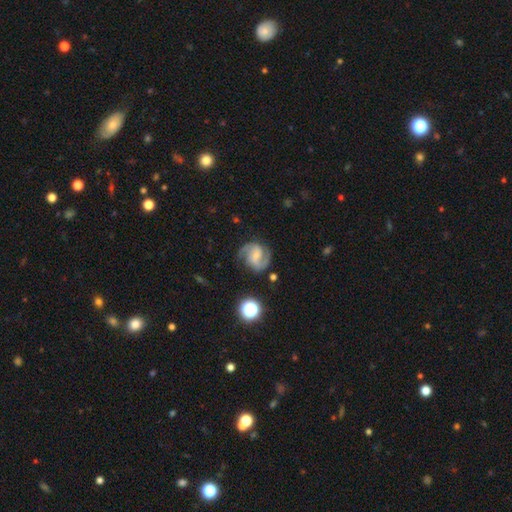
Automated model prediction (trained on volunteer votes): A featured or disk galaxy (86%) with a weak bar (45%), 2 (92%) medium (58%) spiral arms (97%) and a small central bulge (59%).

Vote fractions:
- Smooth or featured? featured or disk: 86% / smooth: 7% / star or artifact: 6%
- Edge-on disk? no: 98% / yes: 2%
- Bar? weak: 45% / no: 36% / strong: 19%
- Spiral arms? yes: 97% / no: 3%
- Spiral winding? medium: 58% / tight: 25% / loose: 17%
- Spiral arm count? 2: 92% / can't tell: 3% / 3: 2% / 1: 1% / 4: 1% / more than 4: 1%
- Bulge size? small: 59% / moderate: 29% / none: 8% / large: 2% / dominant: 1%
- Merging? none: 79% / minor disturbance: 13% / major disturbance: 6% / merger: 2%